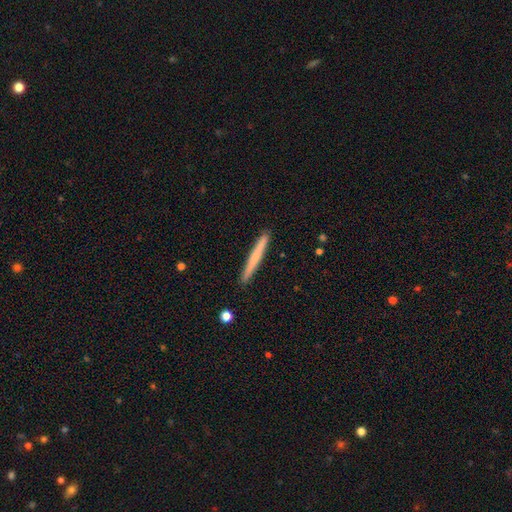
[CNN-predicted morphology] smooth_or_featured: smooth (p=0.64) [alt: featured or disk p=0.30]
how_rounded: cigar-shaped (p=0.97) [alt: in between p=0.02]
merging: none (p=0.93) [alt: minor disturbance p=0.05]